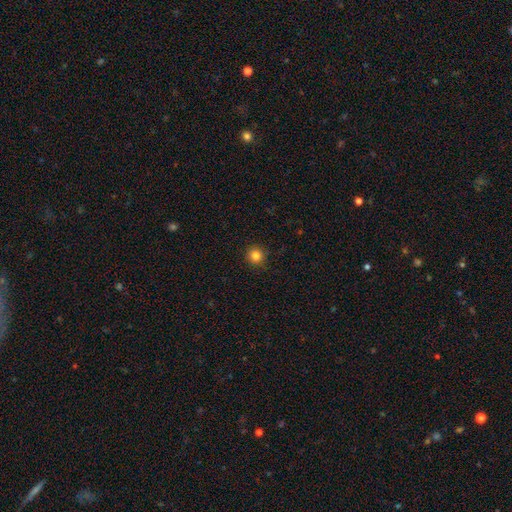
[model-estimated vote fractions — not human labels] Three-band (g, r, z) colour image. It shows a smooth galaxy with no disk features (84%) that is round (95%). Merging: none (92%).